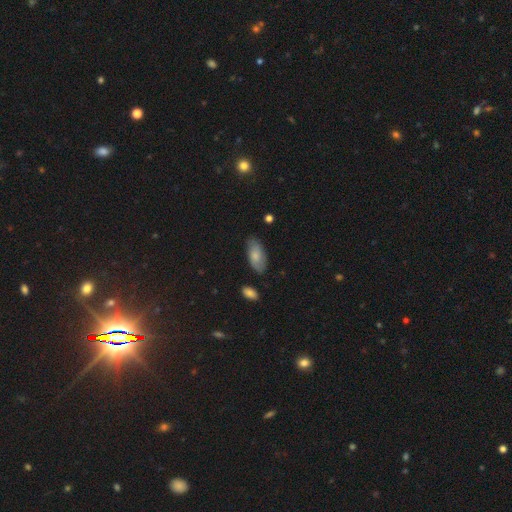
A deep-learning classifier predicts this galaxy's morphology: smooth-or-featured: smooth: 75% | featured or disk: 19% | star or artifact: 6%
  how-rounded: in between: 92% | cigar-shaped: 6% | round: 2%
  merging: none: 76% | minor disturbance: 18% | major disturbance: 3% | merger: 2%